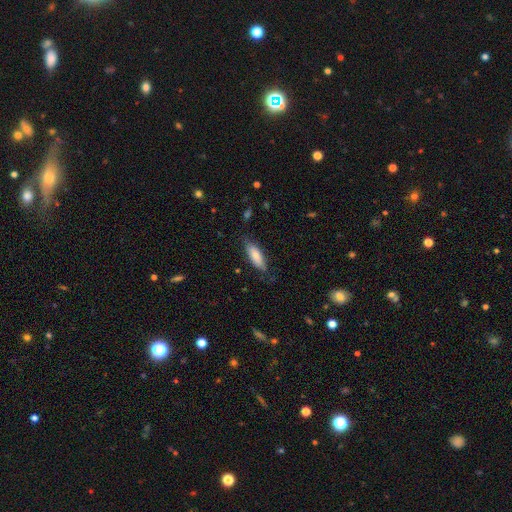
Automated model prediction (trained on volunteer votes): smooth 75%, featured or disk 18%, star or artifact 6%. Down the decision tree: how rounded — in between (63%); merging — none (74%).